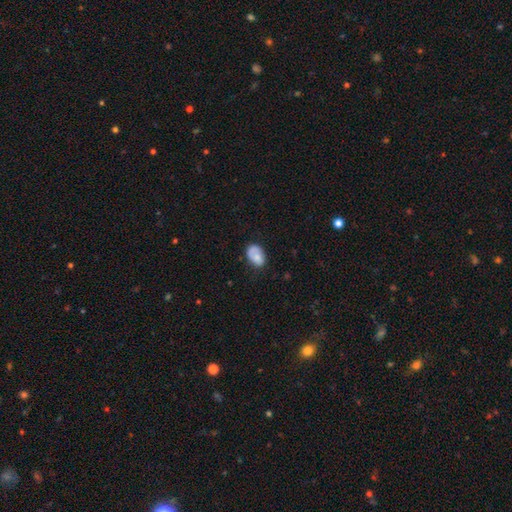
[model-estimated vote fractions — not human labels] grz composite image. It shows a smooth galaxy with no disk features (72%) that is in between round and cigar-shaped (86%). Merging: none (57%).